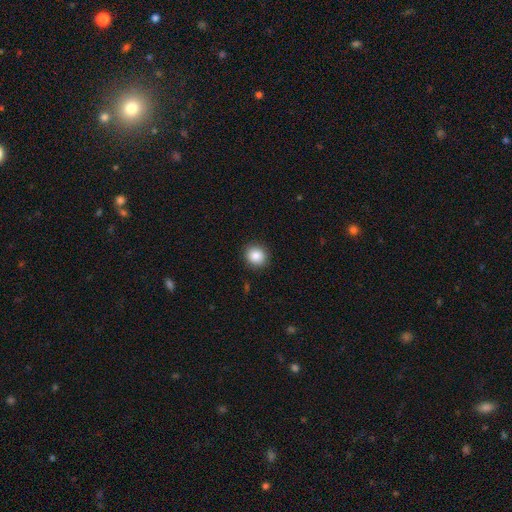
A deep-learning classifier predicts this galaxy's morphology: A smooth galaxy with no disk features (86%) that is round (85%).

Vote fractions:
- Smooth or featured? smooth: 86% / star or artifact: 9% / featured or disk: 5%
- How rounded? round: 85% / in between: 14% / cigar-shaped: 1%
- Merging? none: 91% / minor disturbance: 6% / major disturbance: 2% / merger: 1%